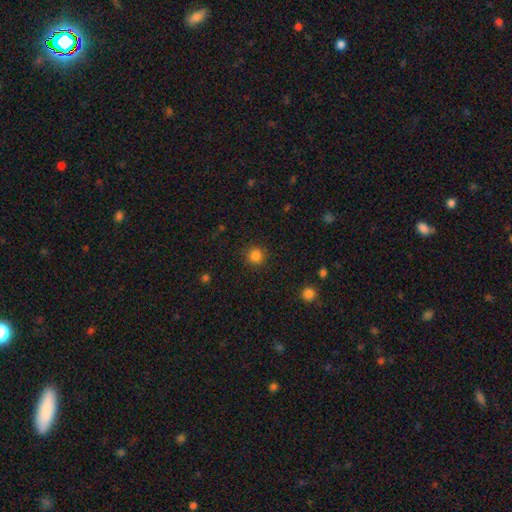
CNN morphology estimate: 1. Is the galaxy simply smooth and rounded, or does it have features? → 84% smooth, 13% star or artifact, 4% featured or disk.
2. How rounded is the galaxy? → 94% round, 5% in between, 1% cigar-shaped.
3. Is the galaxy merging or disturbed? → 90% none, 6% minor disturbance, 2% major disturbance, 1% merger.